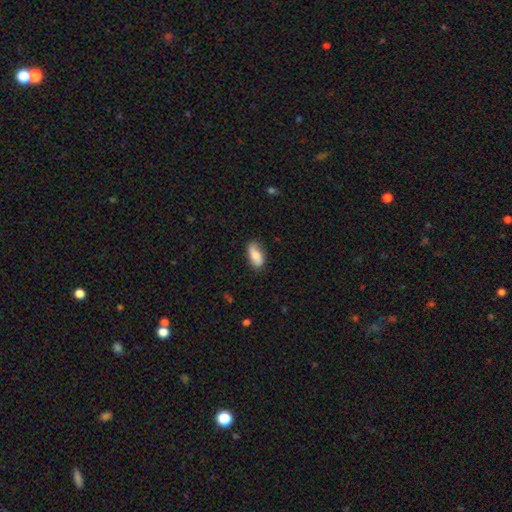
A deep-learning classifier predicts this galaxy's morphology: Smooth or featured? smooth (77%)
How rounded? in between (87%)
Merging? none (74%)